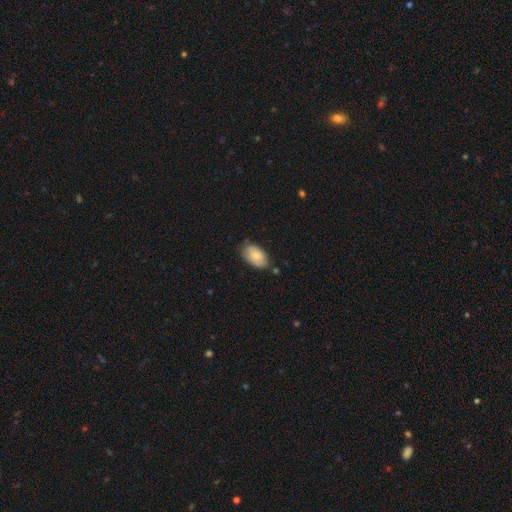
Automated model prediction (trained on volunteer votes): Smooth or featured: smooth — 74% (featured or disk — 19%)
How rounded: in between — 93% (round — 5%)
Merging: none — 72% (minor disturbance — 22%)